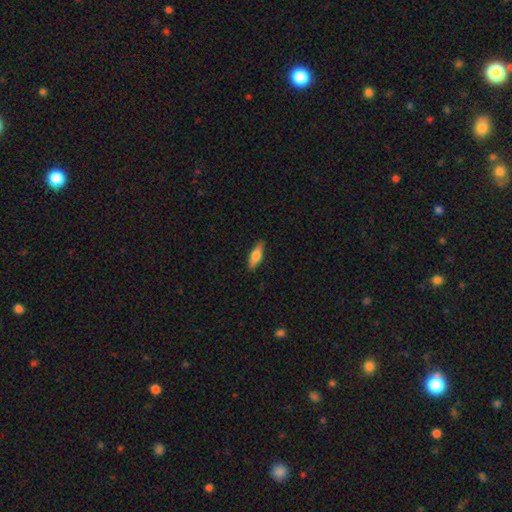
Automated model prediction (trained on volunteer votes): Smooth or featured? smooth (70%)
How rounded? in between (54%)
Merging? none (88%)